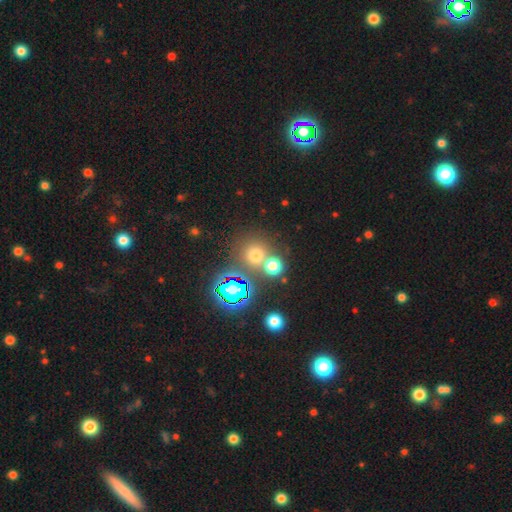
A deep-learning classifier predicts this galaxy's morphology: This is likely a smooth galaxy (61%). How rounded: clearly round (89%). Merging: possibly none (60%).